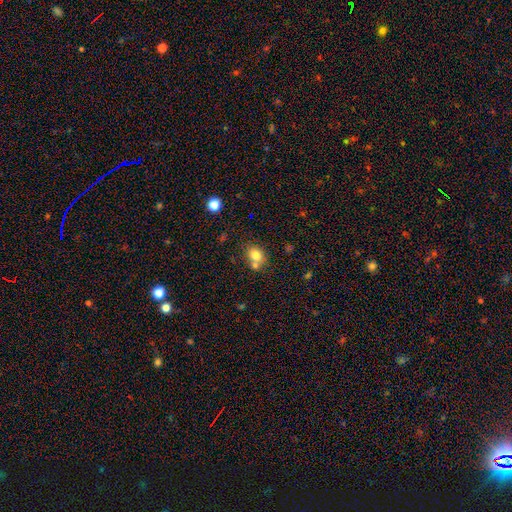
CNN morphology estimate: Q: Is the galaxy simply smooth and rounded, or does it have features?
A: smooth — 78%.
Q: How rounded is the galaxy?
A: round — 55%.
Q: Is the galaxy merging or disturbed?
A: none — 54%.